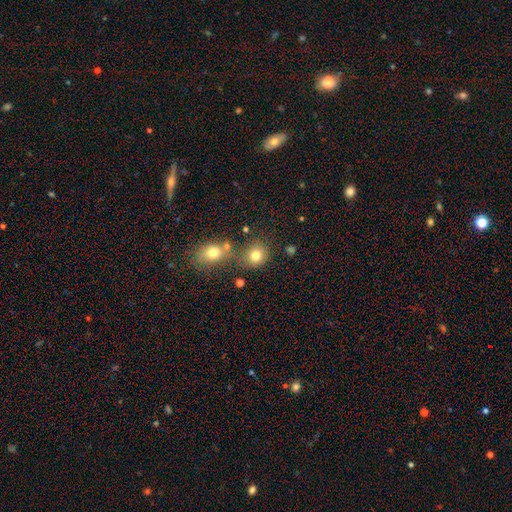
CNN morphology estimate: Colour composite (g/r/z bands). It shows a smooth galaxy with no disk features (78%) that is round (75%). Merging: none (69%).